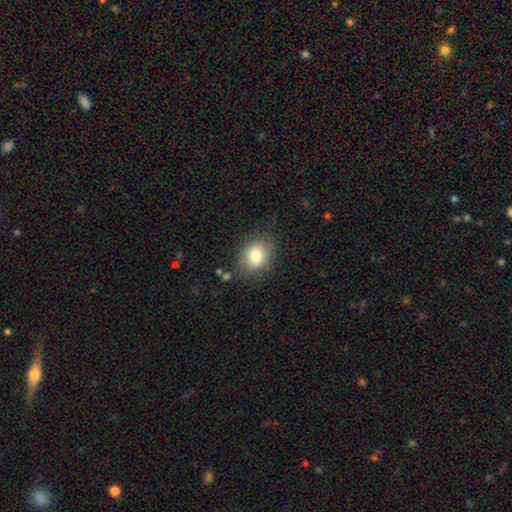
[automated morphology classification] Smooth or featured: smooth — 78% (featured or disk — 12%)
How rounded: in between — 51% (round — 48%)
Merging: none — 78% (minor disturbance — 15%)